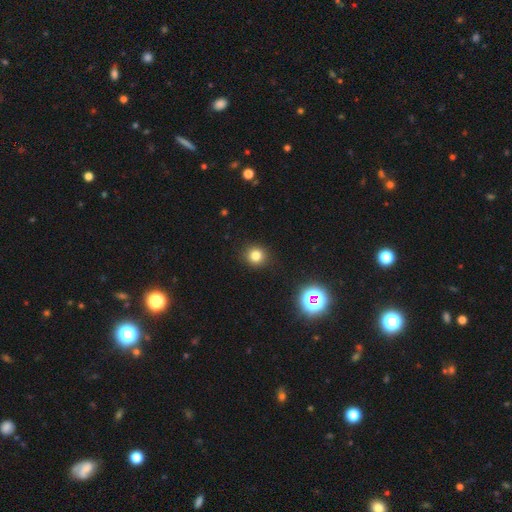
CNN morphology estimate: A smooth galaxy with no disk features (78%) that is round (90%).

Vote fractions:
- Smooth or featured? smooth: 78% / star or artifact: 16% / featured or disk: 6%
- How rounded? round: 90% / in between: 9% / cigar-shaped: 1%
- Merging? none: 91% / minor disturbance: 6% / major disturbance: 2% / merger: 1%